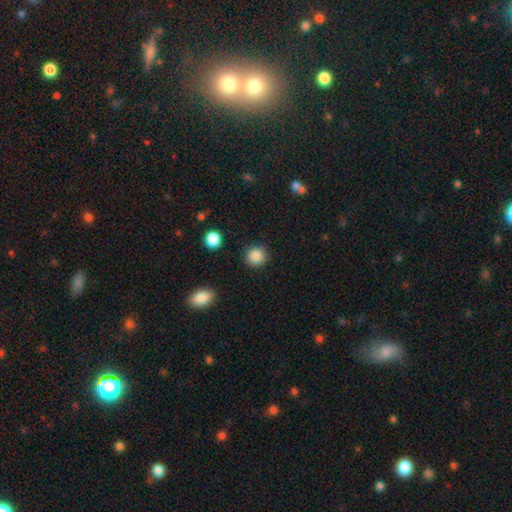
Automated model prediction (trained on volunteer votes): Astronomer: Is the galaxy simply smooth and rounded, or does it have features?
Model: smooth — 88%.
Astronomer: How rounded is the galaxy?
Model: round — 91%.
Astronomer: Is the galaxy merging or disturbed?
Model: none — 89%.